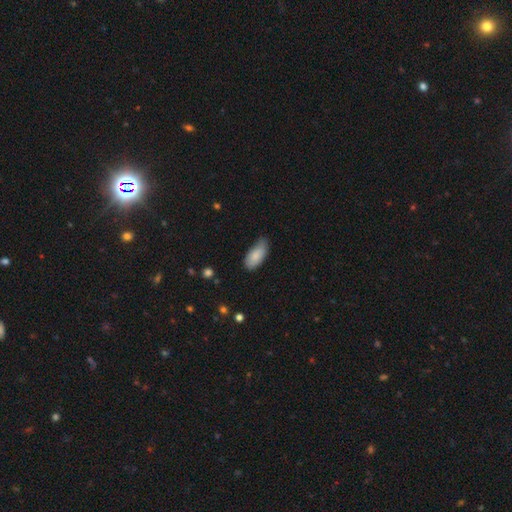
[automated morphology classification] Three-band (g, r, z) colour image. It shows a smooth galaxy with no disk features (84%) that is in between round and cigar-shaped (90%). Merging: none (54%).